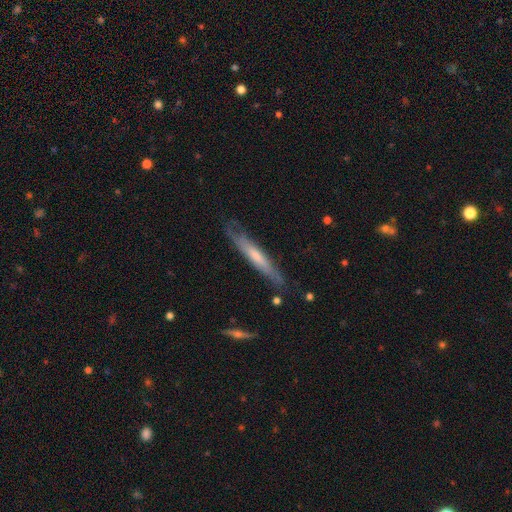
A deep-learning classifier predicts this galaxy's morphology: Smooth or featured? Predicted: featured or disk (p=0.53). Edge-on disk? Predicted: yes (p=0.80). Merging? Predicted: none (p=0.74).